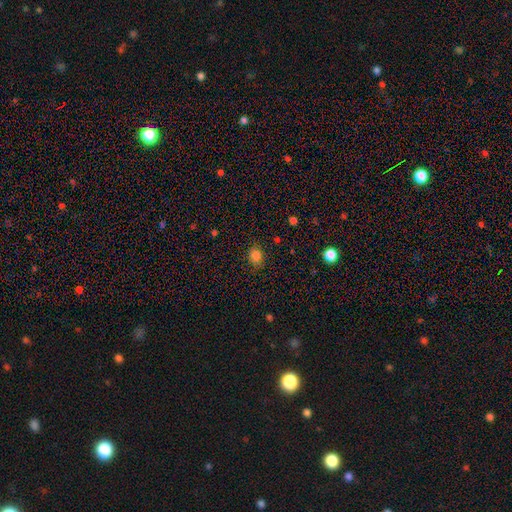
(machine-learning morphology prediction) smooth-or-featured: smooth: 81% | star or artifact: 14% | featured or disk: 4%
  how-rounded: round: 70% | in between: 29% | cigar-shaped: 1%
  merging: none: 85% | minor disturbance: 11% | major disturbance: 3% | merger: 1%